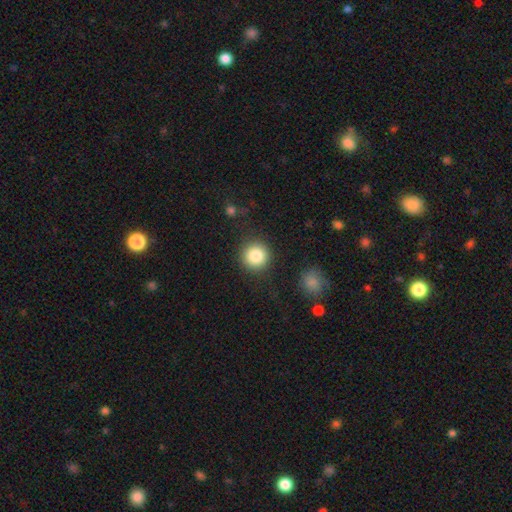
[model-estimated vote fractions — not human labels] Q: Smooth or featured?
A: smooth (84%); runner-up: star or artifact (9%)
Q: How rounded?
A: round (94%); runner-up: in between (5%)
Q: Merging?
A: none (88%); runner-up: minor disturbance (7%)